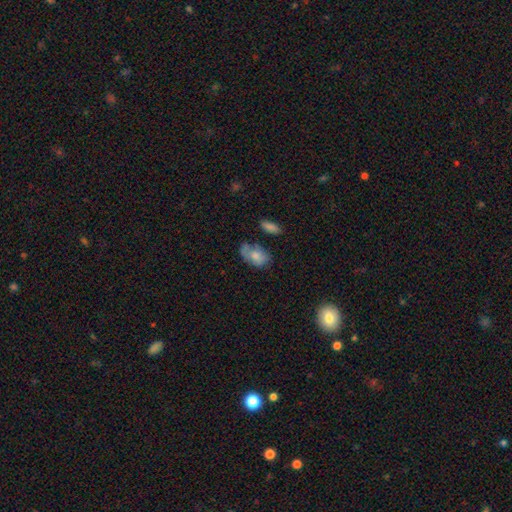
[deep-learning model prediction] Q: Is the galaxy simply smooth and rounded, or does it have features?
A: smooth — 71%.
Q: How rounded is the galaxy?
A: in between — 88%.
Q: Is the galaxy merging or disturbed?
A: none — 41%.